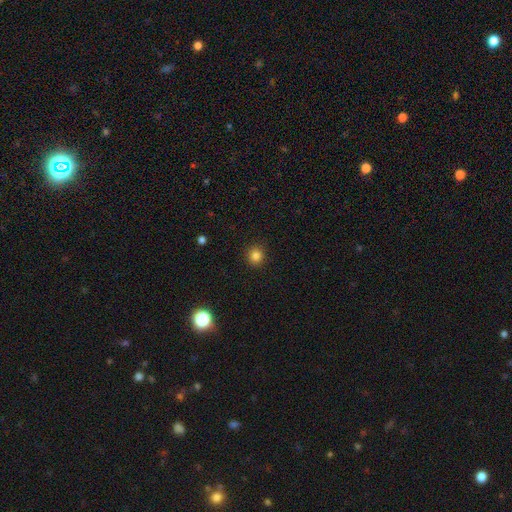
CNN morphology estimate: Smooth or featured? Predicted: smooth (p=0.83). How rounded? Predicted: round (p=0.90). Merging? Predicted: none (p=0.92).